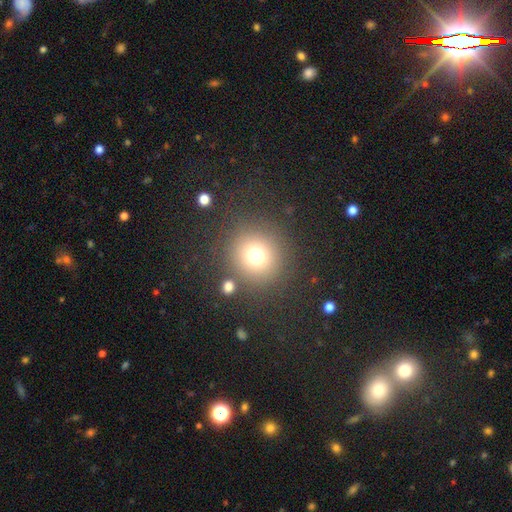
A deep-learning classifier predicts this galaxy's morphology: Smooth or featured: smooth — 72% (star or artifact — 18%)
How rounded: round — 93% (in between — 6%)
Merging: none — 82% (minor disturbance — 7%)